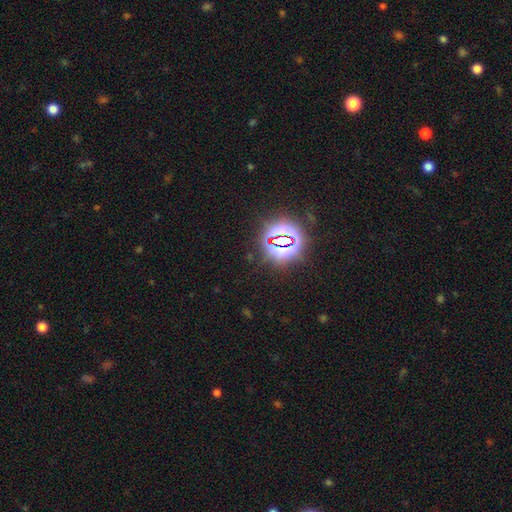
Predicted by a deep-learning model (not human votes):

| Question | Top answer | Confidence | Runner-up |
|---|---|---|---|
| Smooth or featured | star or artifact | 83% | smooth (11%) |